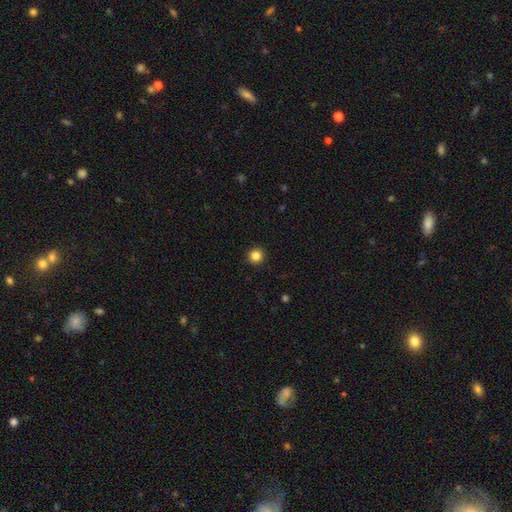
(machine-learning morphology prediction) The model was most divided on "smooth or featured": smooth: 85%, star or artifact: 11%, featured or disk: 4%. More confident: how rounded — round (95%); merging — none (93%).